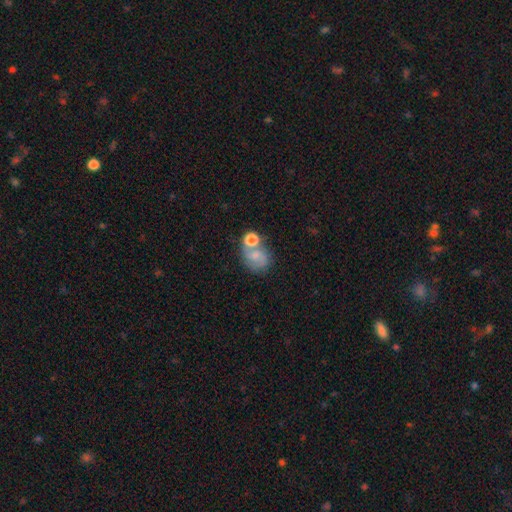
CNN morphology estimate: The model was most divided on "merging": merger: 37%, none: 36%, minor disturbance: 16%, major disturbance: 11%. More confident: how rounded — round (58%); smooth or featured — smooth (51%).